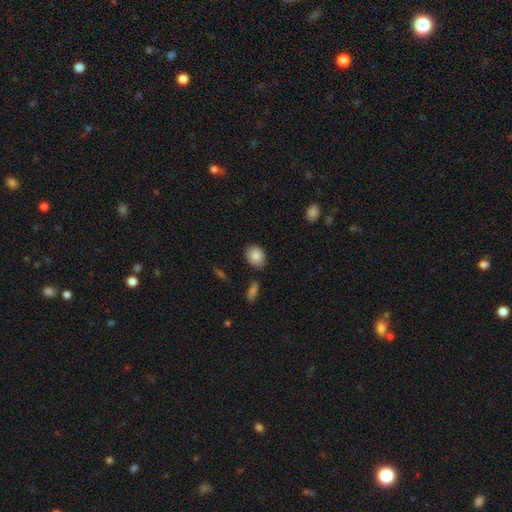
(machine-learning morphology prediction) Smooth or featured: smooth — 86% (star or artifact — 7%)
How rounded: in between — 61% (round — 38%)
Merging: none — 79% (minor disturbance — 14%)